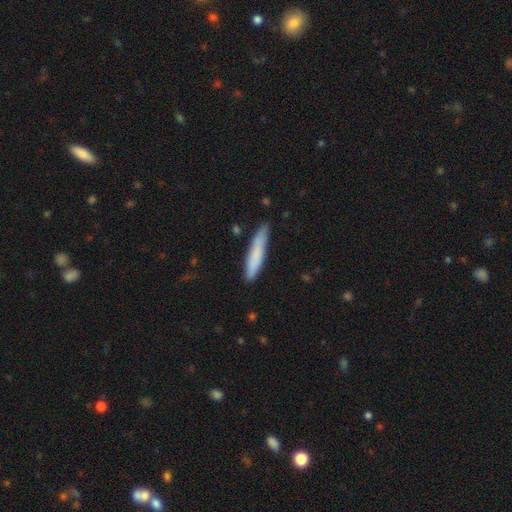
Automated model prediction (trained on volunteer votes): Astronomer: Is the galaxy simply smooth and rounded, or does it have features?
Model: smooth — 77%.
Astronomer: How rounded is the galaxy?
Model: cigar-shaped — 90%.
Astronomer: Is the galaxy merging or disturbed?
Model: none — 80%.